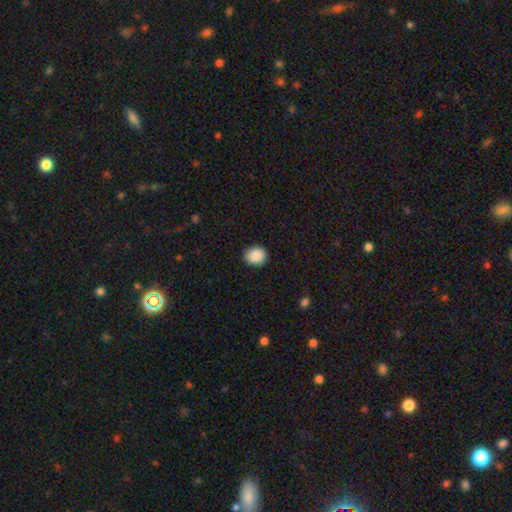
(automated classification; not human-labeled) Smooth or featured?
  - smooth: 89% *
  - star or artifact: 8%
  - featured or disk: 3%
How rounded?
  - round: 70% *
  - in between: 29%
  - cigar-shaped: 1%
Merging?
  - none: 89% *
  - minor disturbance: 8%
  - major disturbance: 2%
  - merger: 1%